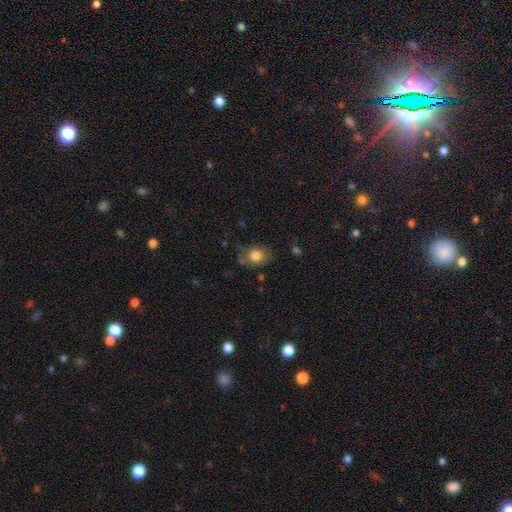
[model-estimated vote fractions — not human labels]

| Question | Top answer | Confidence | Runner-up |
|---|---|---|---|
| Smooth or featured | smooth | 80% | star or artifact (10%) |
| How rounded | round | 61% | in between (38%) |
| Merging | none | 65% | minor disturbance (23%) |